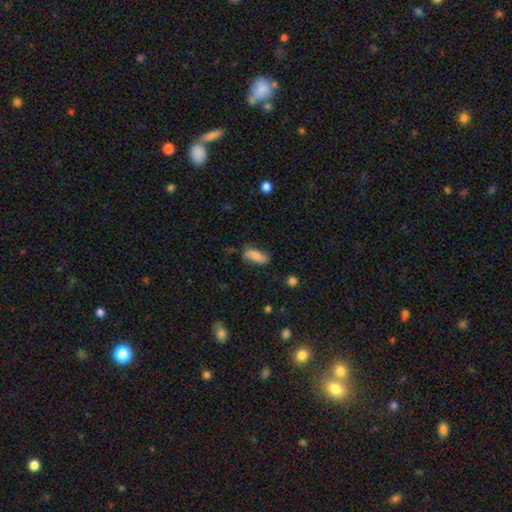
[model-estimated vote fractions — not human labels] Q: Smooth or featured?
A: smooth (73%); runner-up: featured or disk (20%)
Q: How rounded?
A: in between (79%); runner-up: cigar-shaped (18%)
Q: Merging?
A: none (72%); runner-up: minor disturbance (21%)